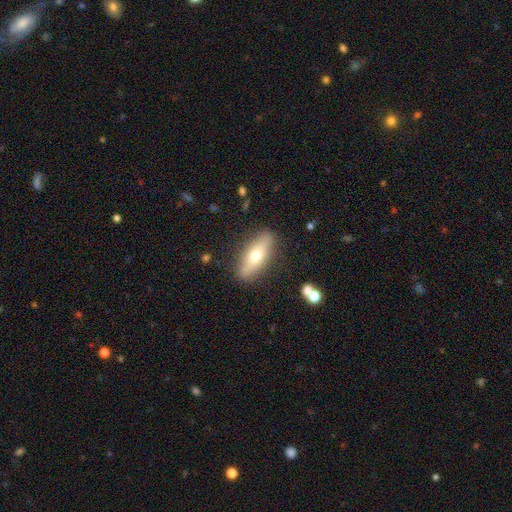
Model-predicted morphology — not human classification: type=smooth (55%); roundness=in between (55%); merging=none (85%).